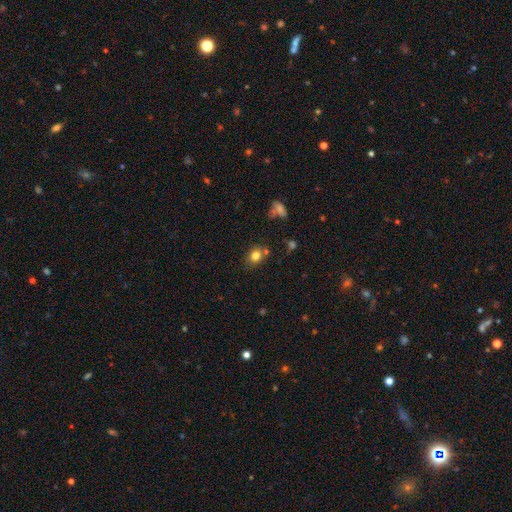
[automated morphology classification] smooth_or_featured: smooth (p=0.80) [alt: star or artifact p=0.12]
how_rounded: round (p=0.63) [alt: in between p=0.37]
merging: none (p=0.73) [alt: minor disturbance p=0.14]